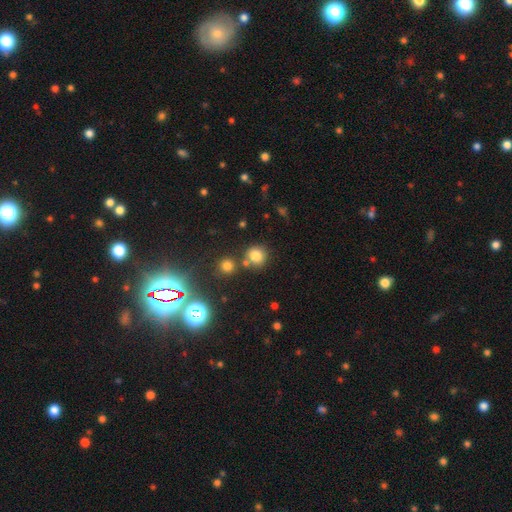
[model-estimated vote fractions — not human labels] smooth-or-featured: smooth: 77% | star or artifact: 15% | featured or disk: 7%
  how-rounded: round: 87% | in between: 12% | cigar-shaped: 1%
  merging: none: 69% | merger: 17% | minor disturbance: 10% | major disturbance: 3%